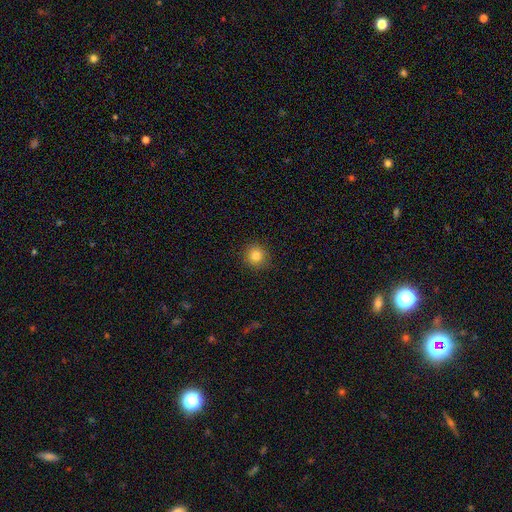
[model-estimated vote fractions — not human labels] Morphology: type=smooth (82%); roundness=round (92%); merging=none (90%).